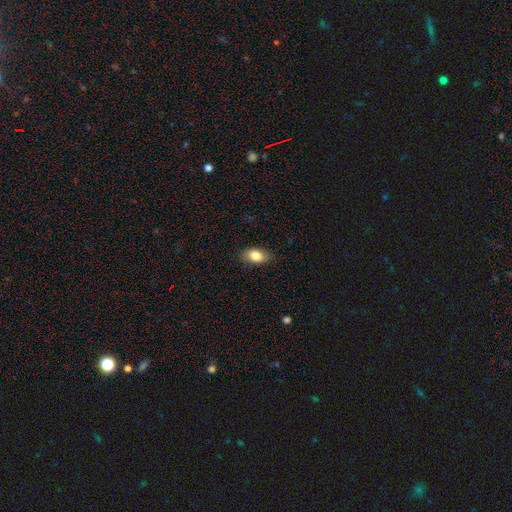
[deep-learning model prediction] Morphology: type=smooth (83%); roundness=in between (89%); merging=none (84%).